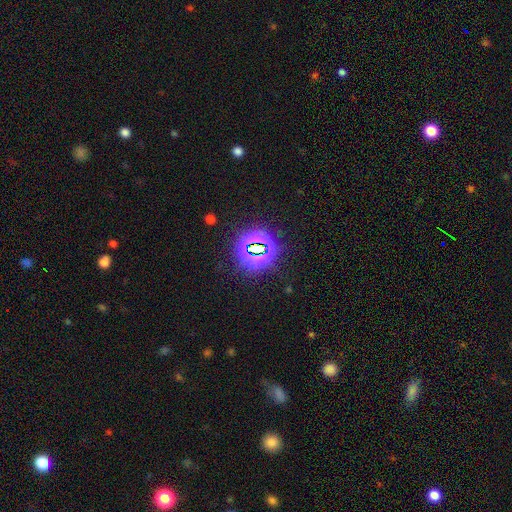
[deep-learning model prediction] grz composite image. It shows a star or artifact, not a galaxy (79%).